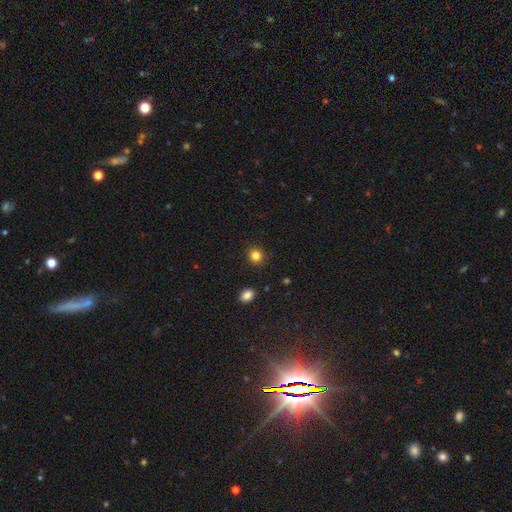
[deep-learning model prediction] Smooth or featured: smooth — 84% (star or artifact — 12%)
How rounded: round — 88% (in between — 11%)
Merging: none — 91% (minor disturbance — 5%)